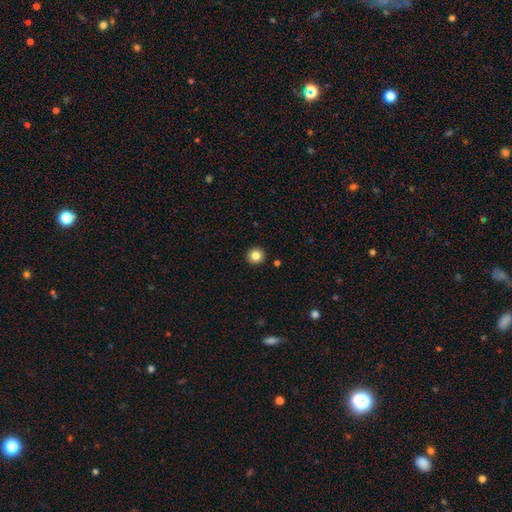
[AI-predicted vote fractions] Q: Smooth or featured?
A: smooth (84%); runner-up: star or artifact (10%)
Q: How rounded?
A: round (95%); runner-up: in between (4%)
Q: Merging?
A: none (93%); runner-up: minor disturbance (4%)